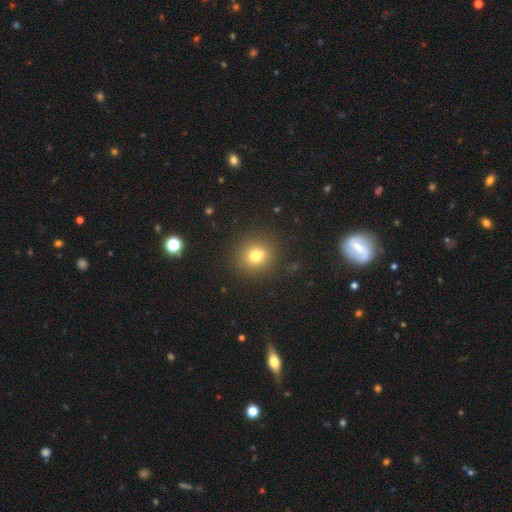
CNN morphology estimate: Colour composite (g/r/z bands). It shows a smooth galaxy with no disk features (73%) that is round (85%). Merging: none (82%).